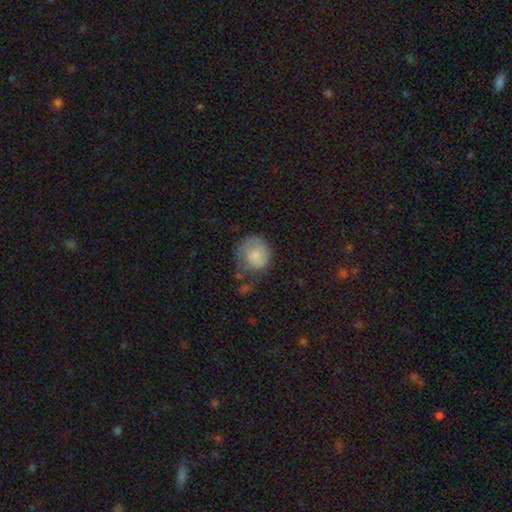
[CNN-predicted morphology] Overall: smooth (63%; featured or disk 30%). How rounded: round (80%). Merging: none (39%; minor disturbance 30%).